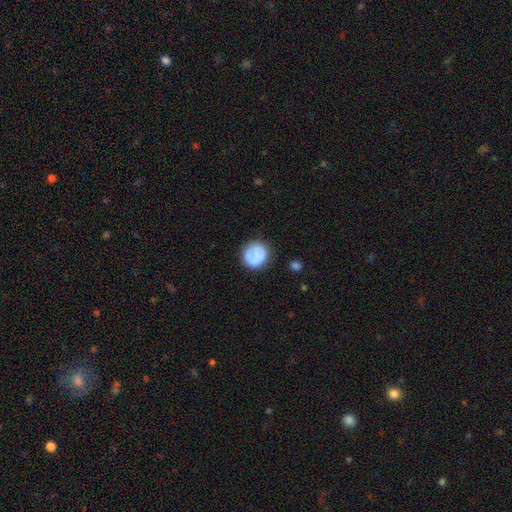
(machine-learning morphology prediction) Smooth or featured? Predicted: smooth (p=0.75). How rounded? Predicted: round (p=0.90). Merging? Predicted: none (p=0.79).